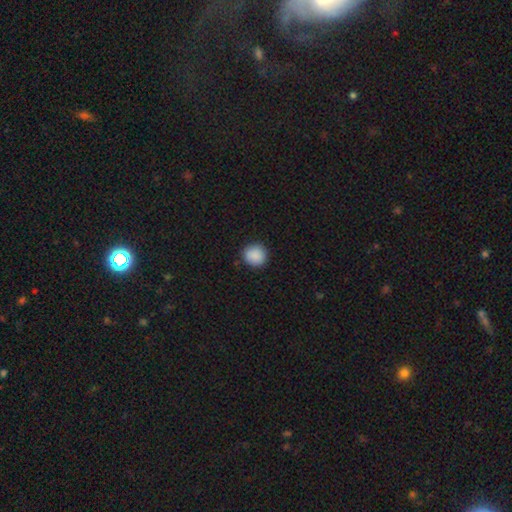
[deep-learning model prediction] A smooth galaxy with no disk features (89%) that is round (89%). Merging: none (89%).